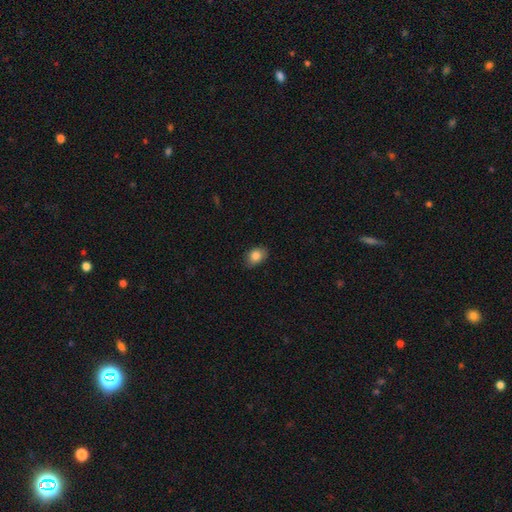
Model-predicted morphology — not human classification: type=smooth (86%); roundness=in between (75%); merging=none (81%).